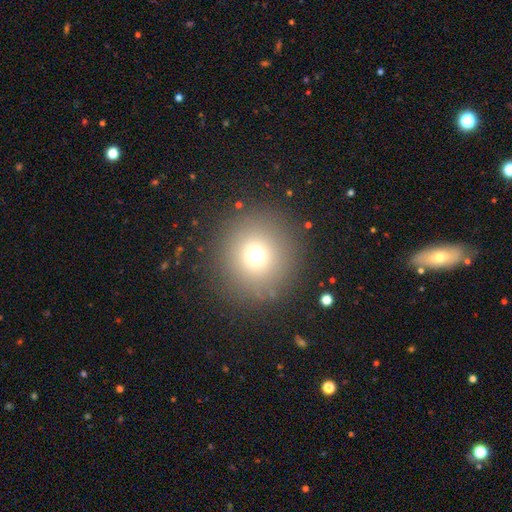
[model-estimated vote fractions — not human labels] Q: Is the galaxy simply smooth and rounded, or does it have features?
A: smooth — 70%.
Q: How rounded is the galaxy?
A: round — 95%.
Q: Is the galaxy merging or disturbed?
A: none — 88%.